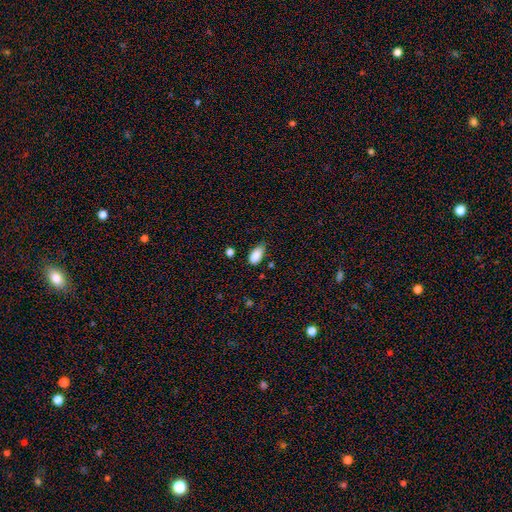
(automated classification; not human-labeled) Smooth or featured?
  - smooth: 87% *
  - star or artifact: 8%
  - featured or disk: 5%
How rounded?
  - in between: 93% *
  - cigar-shaped: 4%
  - round: 3%
Merging?
  - none: 64% *
  - minor disturbance: 28%
  - major disturbance: 5%
  - merger: 3%